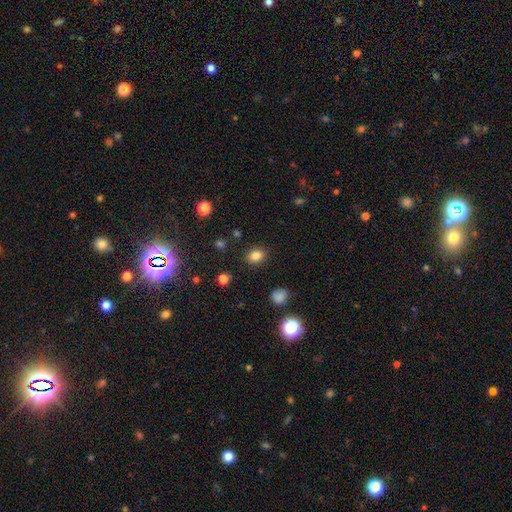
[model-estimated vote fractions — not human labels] Q: Smooth or featured?
A: smooth (83%); runner-up: star or artifact (12%)
Q: How rounded?
A: in between (55%); runner-up: round (44%)
Q: Merging?
A: none (87%); runner-up: minor disturbance (8%)